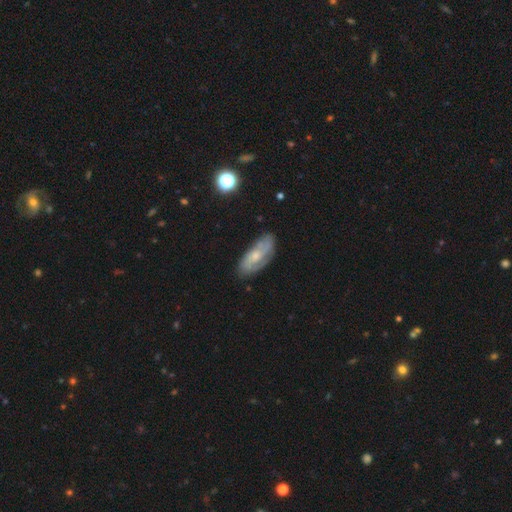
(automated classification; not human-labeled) Smooth or featured? featured or disk (60%)
Edge-on disk? no (89%)
Bar? no (69%)
Spiral arms? yes (80%)
Bulge size? moderate (47%)
Merging? none (71%)